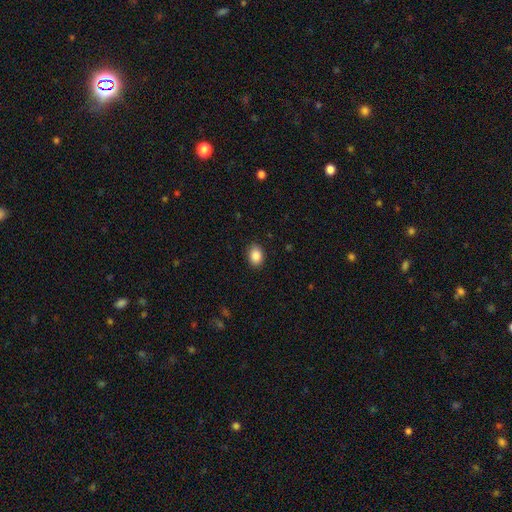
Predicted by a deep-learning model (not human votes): smooth 89%, star or artifact 8%, featured or disk 3%. Down the decision tree: how rounded — in between (73%); merging — none (88%).